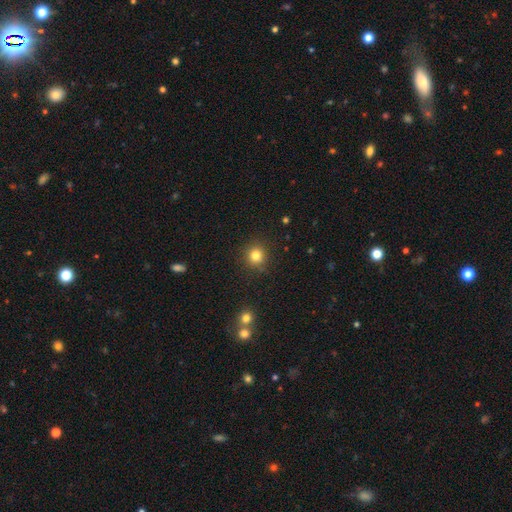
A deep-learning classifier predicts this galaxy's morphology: Smooth or featured: smooth — 81% (star or artifact — 13%)
How rounded: round — 92% (in between — 7%)
Merging: none — 88% (minor disturbance — 7%)